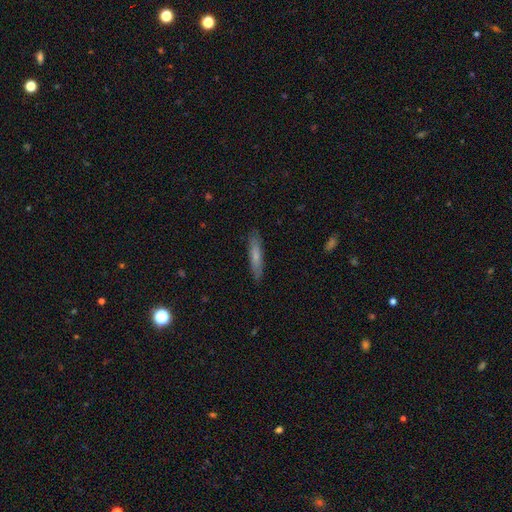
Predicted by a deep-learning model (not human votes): smooth-or-featured: smooth: 69% | featured or disk: 25% | star or artifact: 6%
  how-rounded: cigar-shaped: 87% | in between: 12% | round: 1%
  merging: none: 87% | minor disturbance: 10% | major disturbance: 2% | merger: 1%